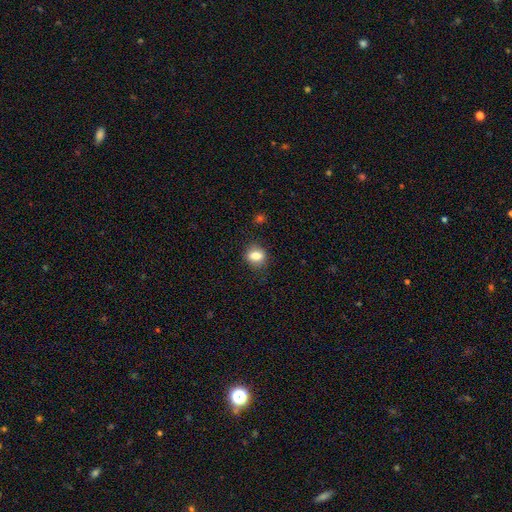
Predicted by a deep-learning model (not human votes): smooth_or_featured: smooth (p=0.82) [alt: star or artifact p=0.10]
how_rounded: in between (p=0.57) [alt: round p=0.41]
merging: none (p=0.83) [alt: minor disturbance p=0.13]